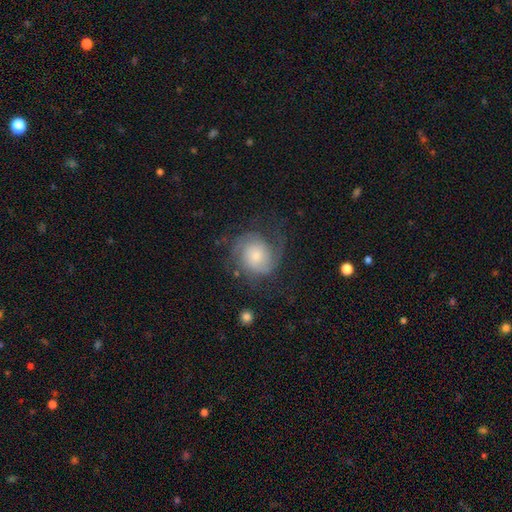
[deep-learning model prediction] Overall: featured or disk (67%). Edge-on disk: no (98%). Bar: no (73%). Spiral arms: yes (92%). Spiral arm count: 2 (53%; can't tell 19%). Spiral winding: medium (42%; tight 38%). Bulge size: small (49%; moderate 34%). Merging: none (60%).